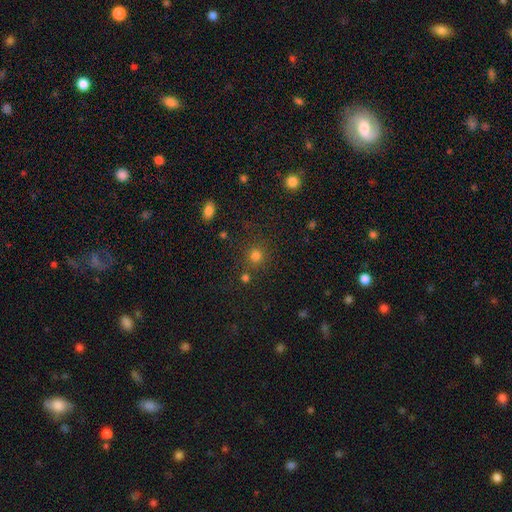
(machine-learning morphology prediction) This is likely a smooth galaxy (76%). How rounded: clearly round (88%). Merging: likely none (78%).